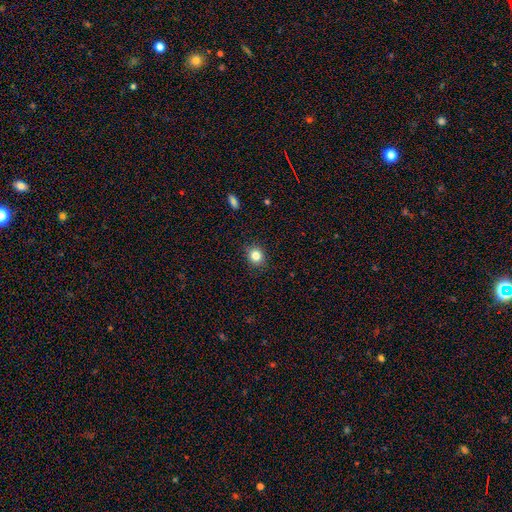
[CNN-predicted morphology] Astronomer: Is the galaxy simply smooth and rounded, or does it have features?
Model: smooth — 83%.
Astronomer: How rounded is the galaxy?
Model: round — 75%.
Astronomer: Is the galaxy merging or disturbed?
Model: none — 89%.